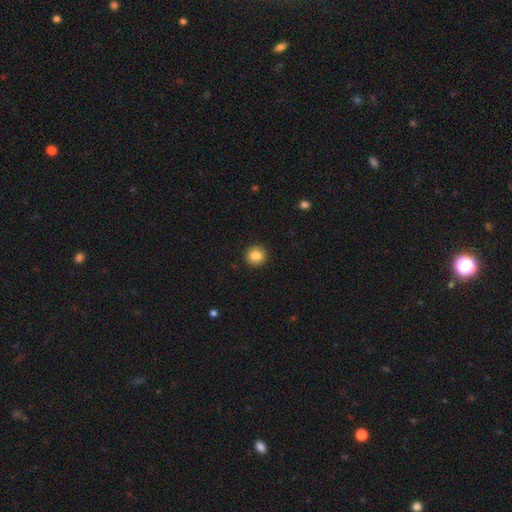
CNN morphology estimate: Smooth or featured? smooth (86%)
How rounded? round (90%)
Merging? none (92%)